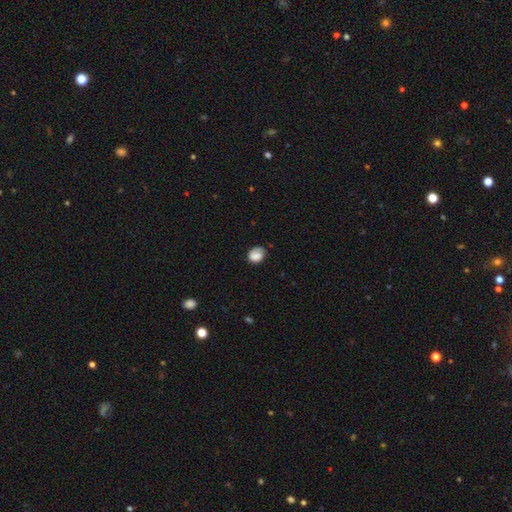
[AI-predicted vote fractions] Smooth or featured?
  - smooth: 72% *
  - featured or disk: 20%
  - star or artifact: 8%
How rounded?
  - round: 53% *
  - in between: 46%
  - cigar-shaped: 1%
Merging?
  - none: 60% *
  - minor disturbance: 26%
  - major disturbance: 12%
  - merger: 2%